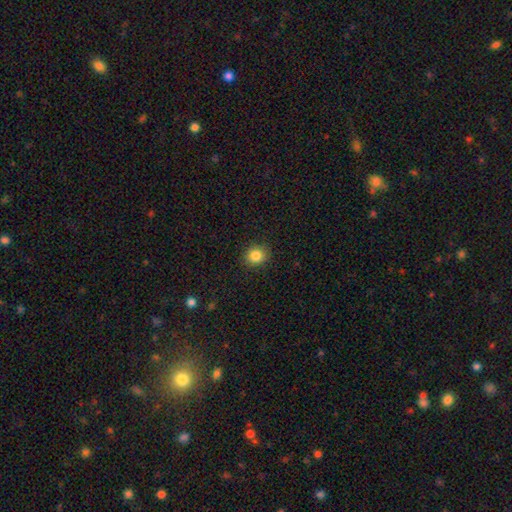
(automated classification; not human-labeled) The model was most divided on "how rounded": round: 81%, in between: 19%, cigar-shaped: 1%. More confident: merging — none (90%); smooth or featured — smooth (85%).